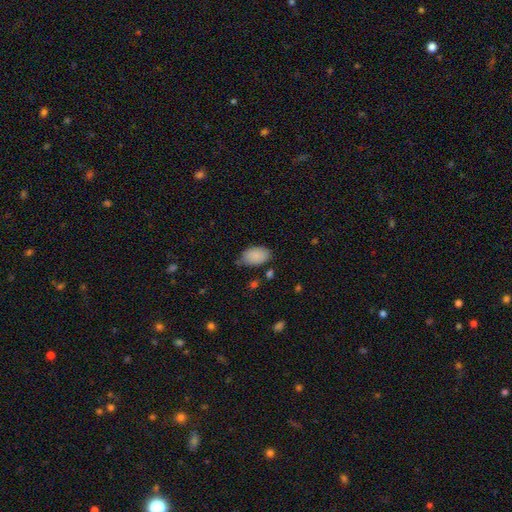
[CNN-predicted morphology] A smooth galaxy with no disk features (88%) that is in between round and cigar-shaped (93%). Merging: none (66%).